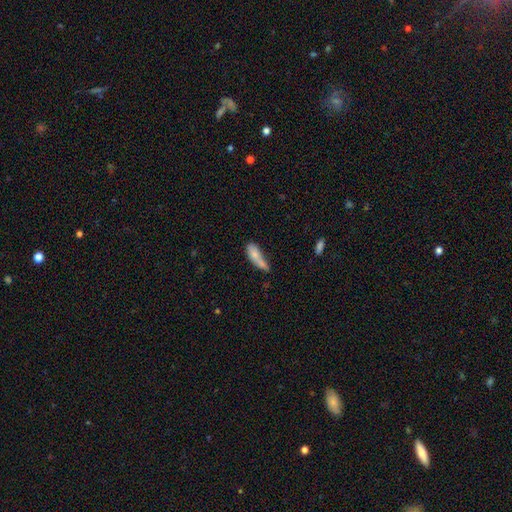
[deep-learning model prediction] This is likely a smooth galaxy (73%). How rounded: possibly in between (57%). Merging: marginally none (32%).